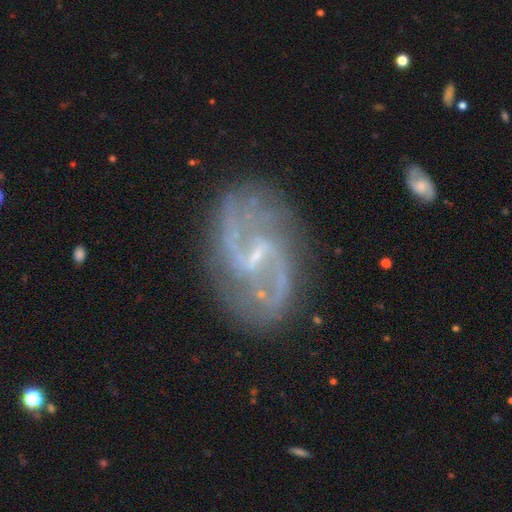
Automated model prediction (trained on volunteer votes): A featured or disk galaxy (89%) with a weak bar (57%), 2 (85%) loose (49%) spiral arms (96%) and a small central bulge (70%).

Vote fractions:
- Smooth or featured? featured or disk: 89% / star or artifact: 6% / smooth: 5%
- Edge-on disk? no: 98% / yes: 2%
- Bar? weak: 57% / strong: 26% / no: 17%
- Spiral arms? yes: 96% / no: 4%
- Spiral winding? loose: 49% / medium: 40% / tight: 11%
- Spiral arm count? 2: 85% / can't tell: 5% / 3: 3% / 1: 2% / 4: 2% / more than 4: 2%
- Bulge size? small: 70% / none: 16% / moderate: 12% / large: 1% / dominant: 1%
- Merging? none: 76% / minor disturbance: 15% / major disturbance: 7% / merger: 2%